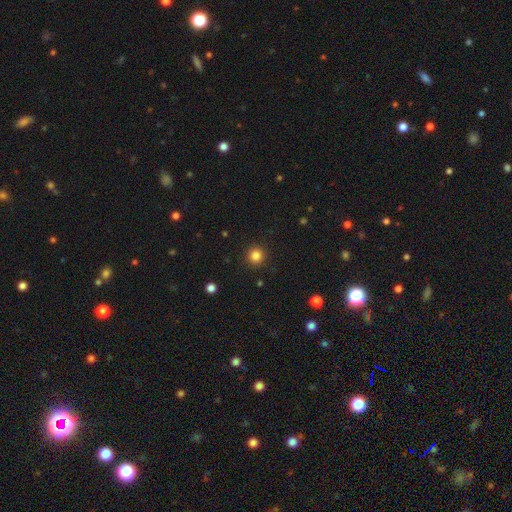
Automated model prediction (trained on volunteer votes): A smooth galaxy with no disk features (83%) that is round (95%).

Vote fractions:
- Smooth or featured? smooth: 83% / star or artifact: 12% / featured or disk: 5%
- How rounded? round: 95% / in between: 4% / cigar-shaped: 1%
- Merging? none: 92% / minor disturbance: 5% / major disturbance: 2% / merger: 1%